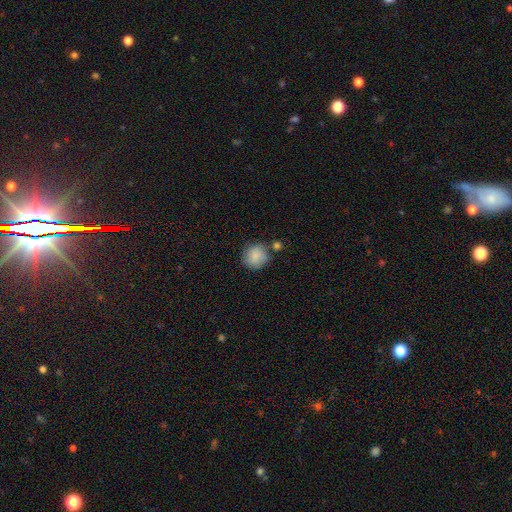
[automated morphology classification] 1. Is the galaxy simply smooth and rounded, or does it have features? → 87% smooth, 7% star or artifact, 6% featured or disk.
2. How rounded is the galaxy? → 89% round, 10% in between, 1% cigar-shaped.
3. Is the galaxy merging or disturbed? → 72% none, 14% minor disturbance, 10% merger, 4% major disturbance.